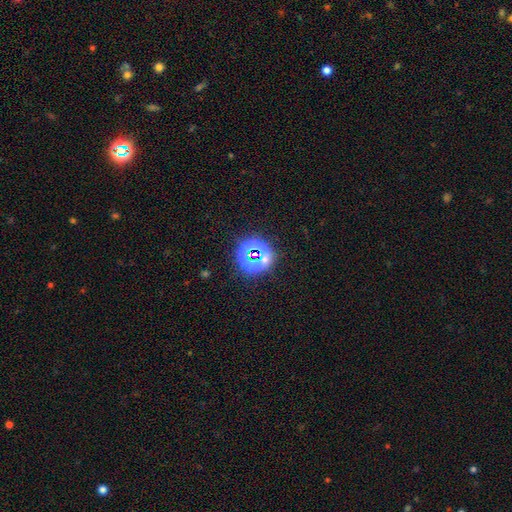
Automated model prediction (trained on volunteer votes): Smooth or featured?
  - star or artifact: 69% *
  - smooth: 22%
  - featured or disk: 10%